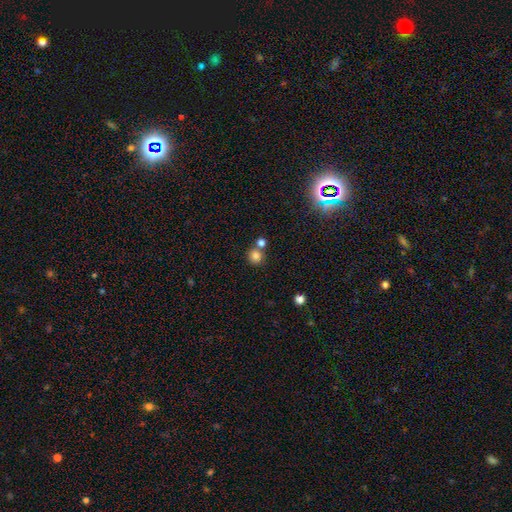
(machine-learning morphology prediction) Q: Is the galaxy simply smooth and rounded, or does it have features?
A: smooth — 80%.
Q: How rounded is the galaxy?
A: round — 89%.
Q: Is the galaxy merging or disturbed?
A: none — 61%.